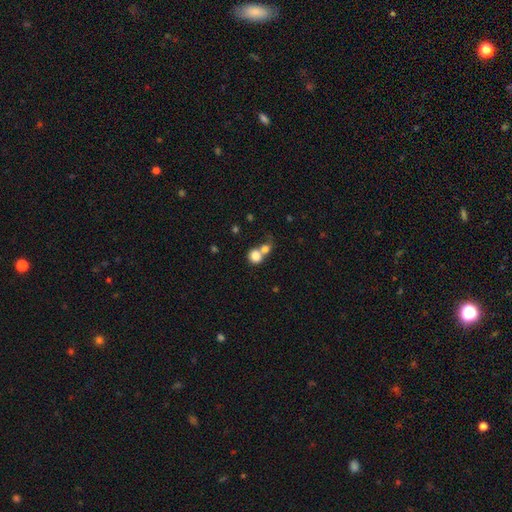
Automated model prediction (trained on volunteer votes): This appears to be a smooth galaxy with no disk features (79%) that is round (78%). Merging: merger (62%).